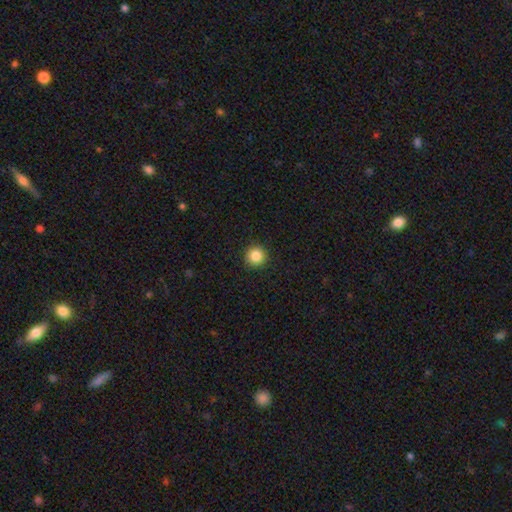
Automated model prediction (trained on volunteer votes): This is clearly a smooth galaxy (86%). How rounded: clearly round (95%). Merging: clearly none (92%).